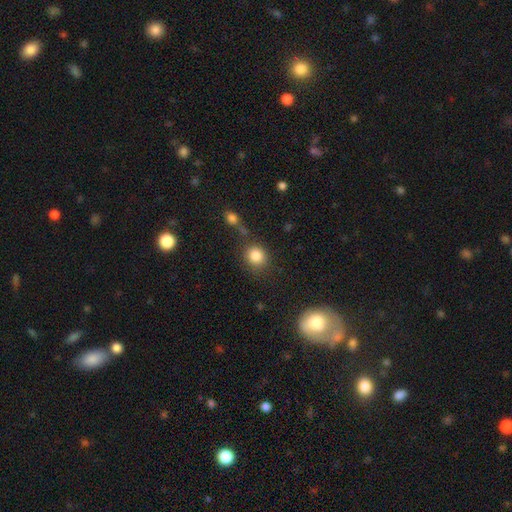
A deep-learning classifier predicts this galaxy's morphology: The model was most divided on "how rounded": round: 81%, in between: 17%, cigar-shaped: 1%. More confident: smooth or featured — smooth (84%); merging — none (76%).